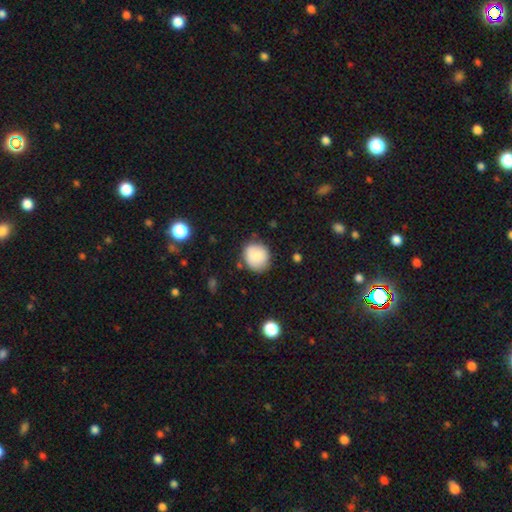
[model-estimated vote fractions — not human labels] Smooth or featured?
  - smooth: 83% *
  - featured or disk: 9%
  - star or artifact: 8%
How rounded?
  - round: 80% *
  - in between: 20%
  - cigar-shaped: 1%
Merging?
  - none: 77% *
  - minor disturbance: 17%
  - major disturbance: 4%
  - merger: 3%